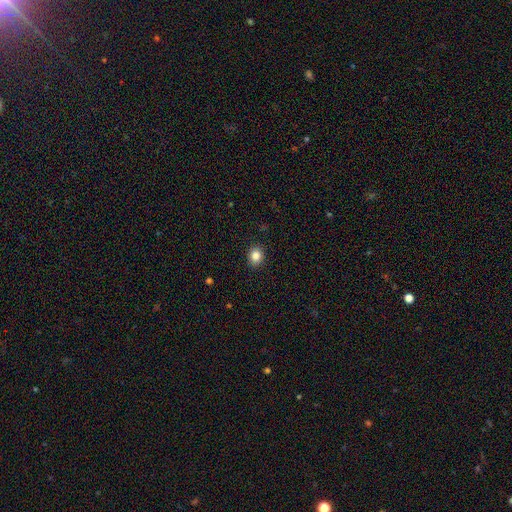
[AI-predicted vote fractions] smooth 85%, star or artifact 10%, featured or disk 5%. Down the decision tree: how rounded — round (64%); merging — none (91%).